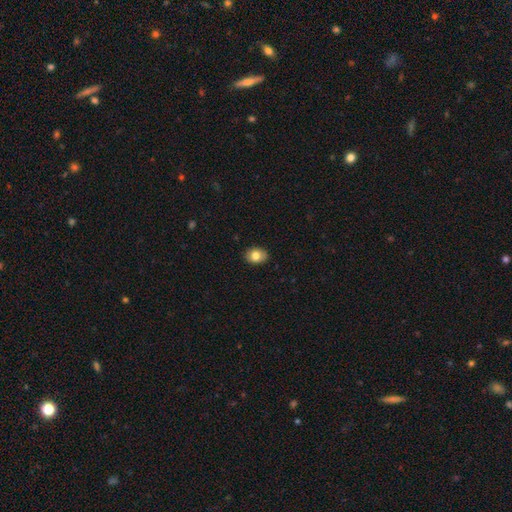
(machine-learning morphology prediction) A smooth galaxy with no disk features (80%) that is in between round and cigar-shaped (67%).

Vote fractions:
- Smooth or featured? smooth: 80% / featured or disk: 11% / star or artifact: 9%
- How rounded? in between: 67% / round: 32% / cigar-shaped: 1%
- Merging? none: 88% / minor disturbance: 9% / major disturbance: 2% / merger: 1%